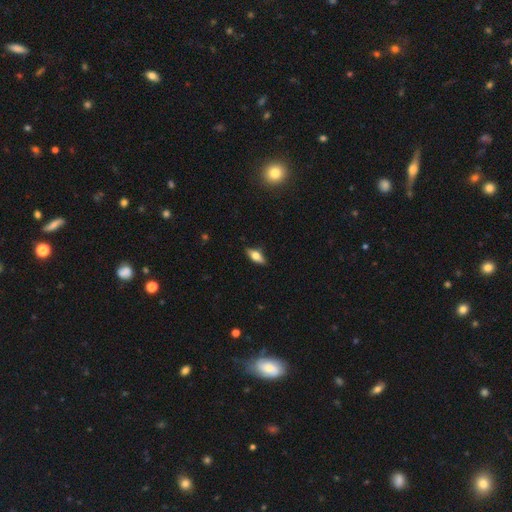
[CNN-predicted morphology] smooth_or_featured: smooth (p=0.58) [alt: featured or disk p=0.34]
how_rounded: in between (p=0.75) [alt: cigar-shaped p=0.22]
merging: none (p=0.86) [alt: minor disturbance p=0.11]